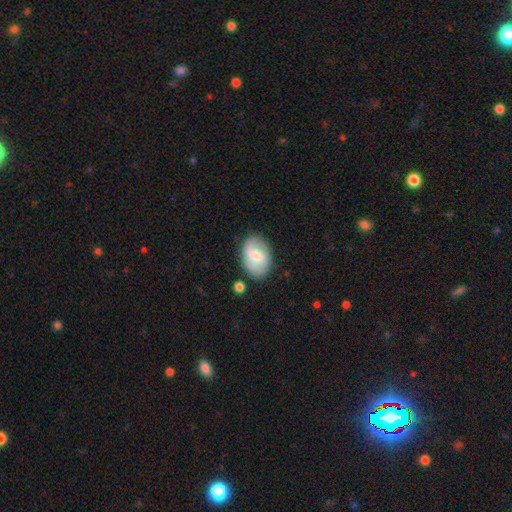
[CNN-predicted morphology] smooth-or-featured: smooth: 47% | featured or disk: 46% | star or artifact: 7%
  merging: none: 75% | minor disturbance: 16% | major disturbance: 5% | merger: 3%